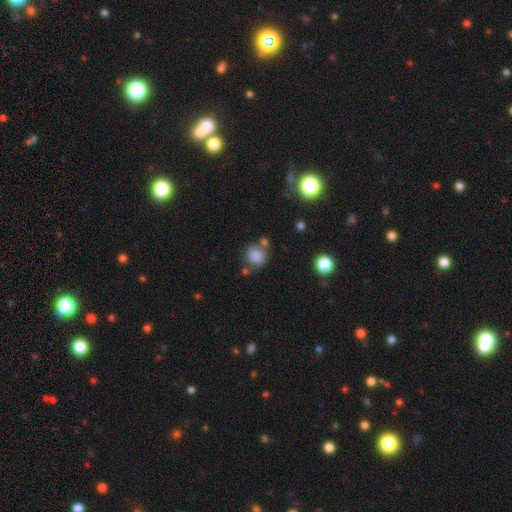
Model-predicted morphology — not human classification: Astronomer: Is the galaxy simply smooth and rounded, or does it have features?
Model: smooth — 82%.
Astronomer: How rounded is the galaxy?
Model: round — 70%.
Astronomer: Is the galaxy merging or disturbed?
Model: none — 62%.